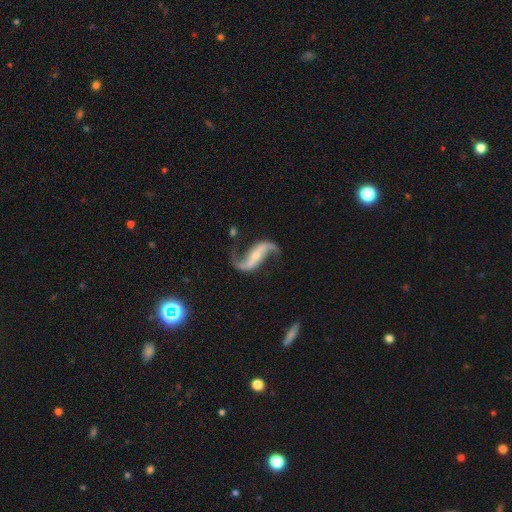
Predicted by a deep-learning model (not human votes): Smooth or featured? Predicted: featured or disk (p=0.91). Edge-on disk? Predicted: no (p=0.95). Bar? Predicted: strong (p=0.47). Spiral arms? Predicted: yes (p=0.96). Spiral winding? Predicted: loose (p=0.87). Spiral arm count? Predicted: 2 (p=0.93). Bulge size? Predicted: small (p=0.59). Merging? Predicted: none (p=0.74).